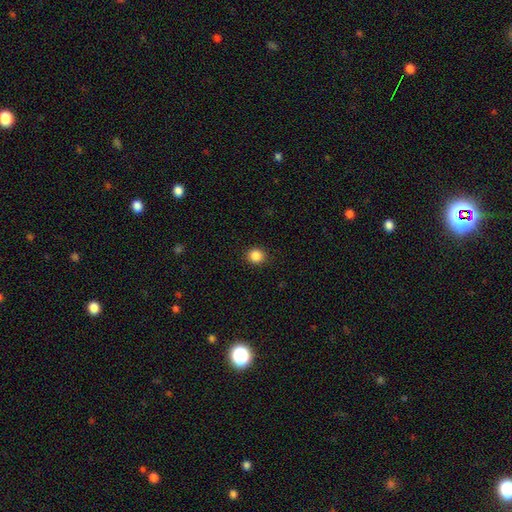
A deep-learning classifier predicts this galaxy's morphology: Smooth or featured?
  - smooth: 86% *
  - star or artifact: 10%
  - featured or disk: 3%
How rounded?
  - round: 85% *
  - in between: 14%
  - cigar-shaped: 1%
Merging?
  - none: 91% *
  - minor disturbance: 6%
  - major disturbance: 2%
  - merger: 1%